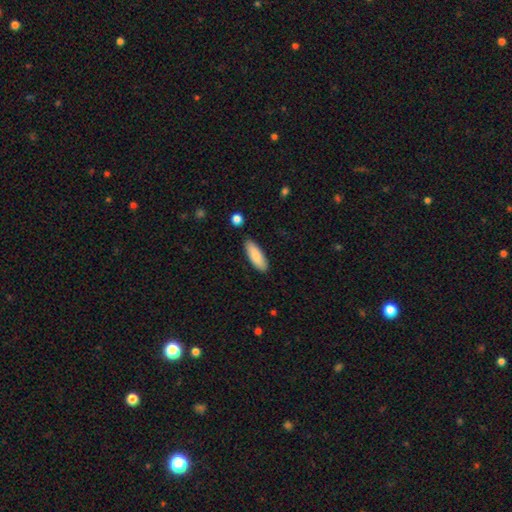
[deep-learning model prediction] Smooth or featured? Predicted: smooth (p=0.85). How rounded? Predicted: in between (p=0.63). Merging? Predicted: none (p=0.87).